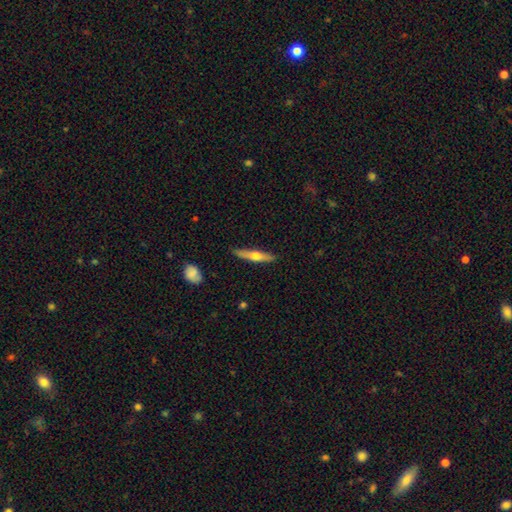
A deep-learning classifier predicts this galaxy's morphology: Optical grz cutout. It shows a featured or disk galaxy (51%) viewed edge-on (94%). Merging: none (88%).